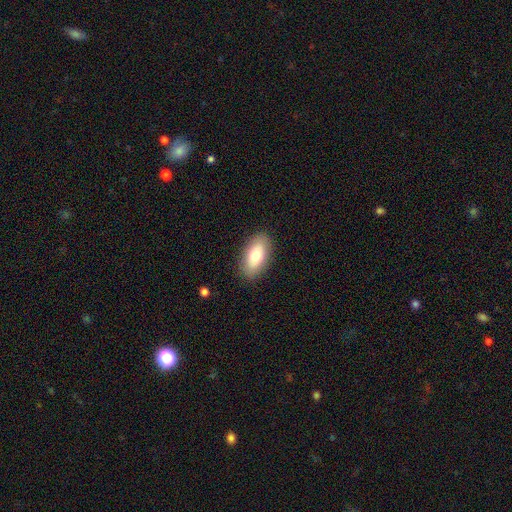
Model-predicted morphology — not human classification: Overall: smooth (76%). How rounded: in between (91%). Merging: none (88%).